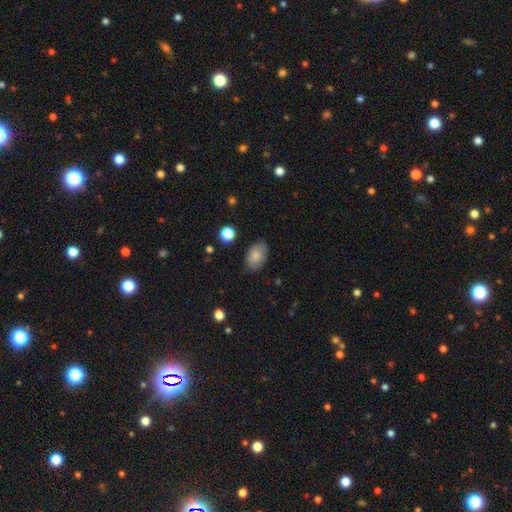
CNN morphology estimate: The model was most divided on "merging": none: 79%, minor disturbance: 16%, major disturbance: 4%, merger: 1%. More confident: how rounded — in between (88%); smooth or featured — smooth (82%).